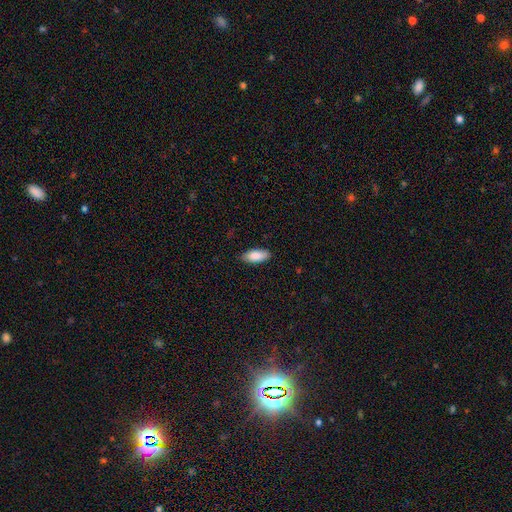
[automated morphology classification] Q: Smooth or featured?
A: smooth (87%); runner-up: featured or disk (7%)
Q: How rounded?
A: in between (86%); runner-up: cigar-shaped (12%)
Q: Merging?
A: none (86%); runner-up: minor disturbance (11%)